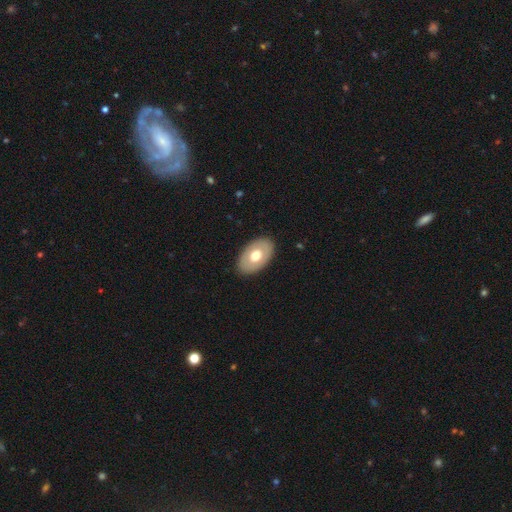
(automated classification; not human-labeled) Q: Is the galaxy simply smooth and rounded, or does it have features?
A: smooth — 60%.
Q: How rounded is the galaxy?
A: in between — 90%.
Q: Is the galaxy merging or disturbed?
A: none — 88%.